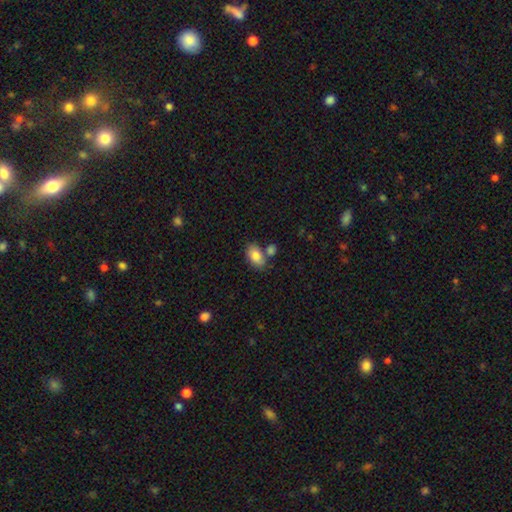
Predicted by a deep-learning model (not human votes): Smooth or featured?
  - smooth: 83% *
  - featured or disk: 10%
  - star or artifact: 7%
How rounded?
  - in between: 90% *
  - round: 9%
  - cigar-shaped: 2%
Merging?
  - none: 61% *
  - merger: 22%
  - minor disturbance: 14%
  - major disturbance: 4%